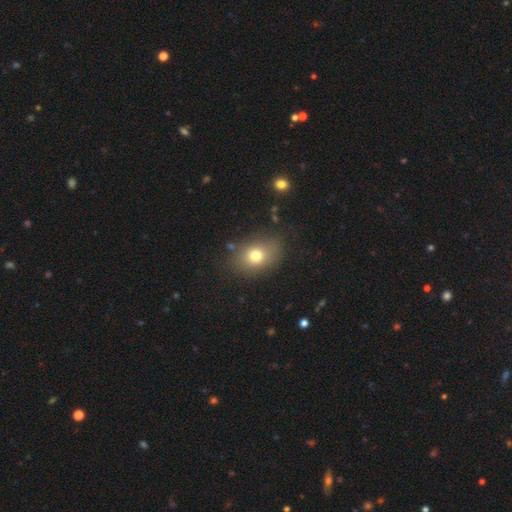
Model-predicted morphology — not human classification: This is likely a smooth galaxy (74%). How rounded: likely in between (66%). Merging: likely none (78%).